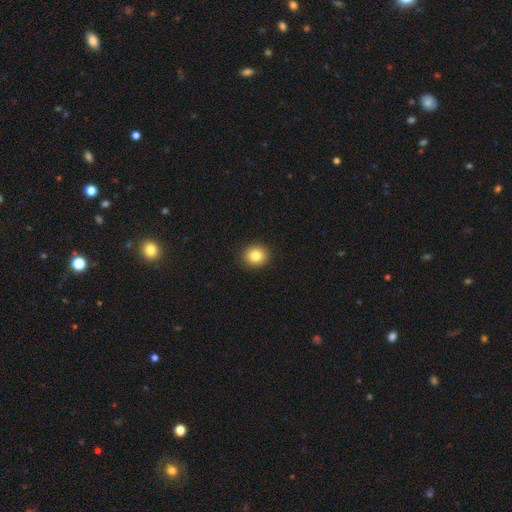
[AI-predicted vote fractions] smooth_or_featured: smooth (p=0.83) [alt: star or artifact p=0.10]
how_rounded: round (p=0.82) [alt: in between p=0.17]
merging: none (p=0.92) [alt: minor disturbance p=0.05]